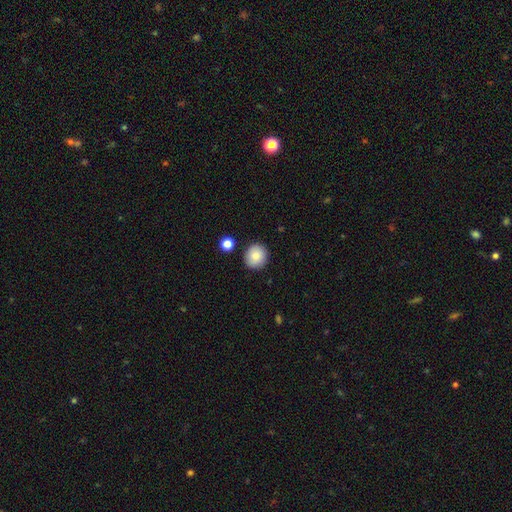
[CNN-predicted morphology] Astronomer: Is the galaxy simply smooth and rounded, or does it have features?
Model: smooth — 85%.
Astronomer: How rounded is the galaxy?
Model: round — 90%.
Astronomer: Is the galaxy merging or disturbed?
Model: none — 88%.